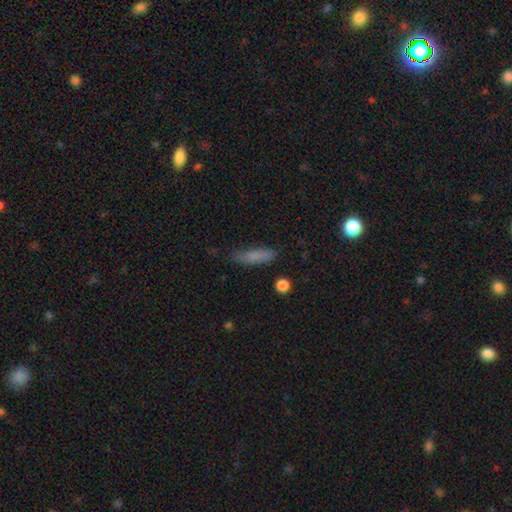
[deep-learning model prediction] Smooth or featured? Predicted: smooth (p=0.79). How rounded? Predicted: cigar-shaped (p=0.69). Merging? Predicted: none (p=0.77).